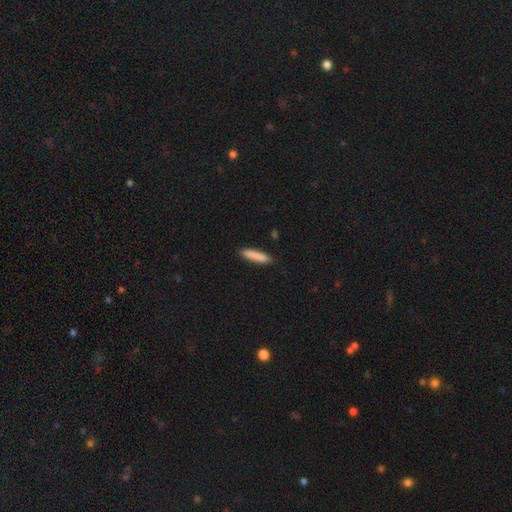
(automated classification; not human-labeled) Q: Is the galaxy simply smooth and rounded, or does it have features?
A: smooth — 86%.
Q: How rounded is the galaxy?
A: cigar-shaped — 85%.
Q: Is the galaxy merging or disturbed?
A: none — 88%.